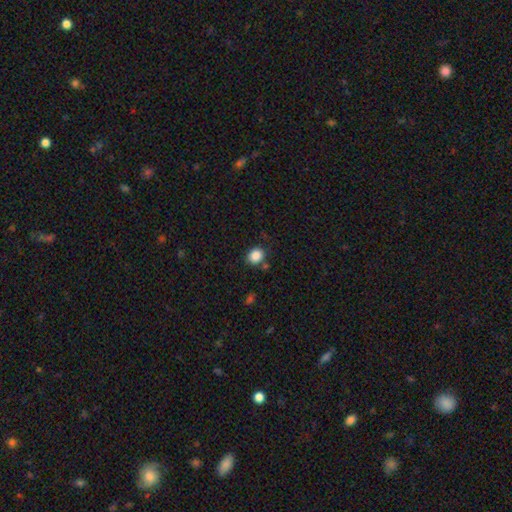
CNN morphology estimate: Smooth or featured? Predicted: smooth (p=0.87). How rounded? Predicted: round (p=0.66). Merging? Predicted: none (p=0.79).